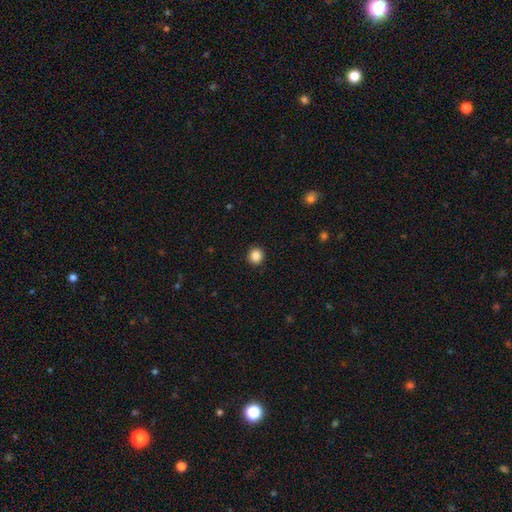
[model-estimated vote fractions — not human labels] Morphology: type=smooth (87%); roundness=round (89%); merging=none (92%).